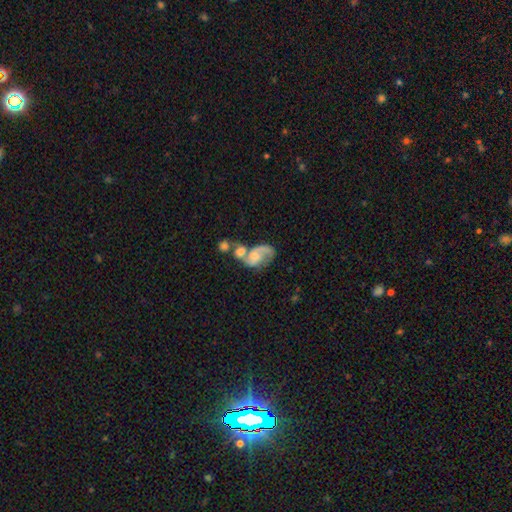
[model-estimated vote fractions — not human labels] smooth-or-featured: featured or disk: 72% | smooth: 21% | star or artifact: 8%
  disk-edge-on: no: 98% | yes: 2%
    bar: no: 61% | weak: 33% | strong: 7%
    has-spiral-arms: yes: 88% | no: 12%
      spiral-winding: loose: 49% | medium: 40% | tight: 11%
      spiral-arm-count: 2: 74% | 1: 17% | can't tell: 5% | 3: 1% | 4: 1% | more than 4: 1%
    bulge-size: small: 32% | moderate: 29% | none: 29% | large: 8% | dominant: 2%
  merging: merger: 54% | none: 20% | major disturbance: 15% | minor disturbance: 11%